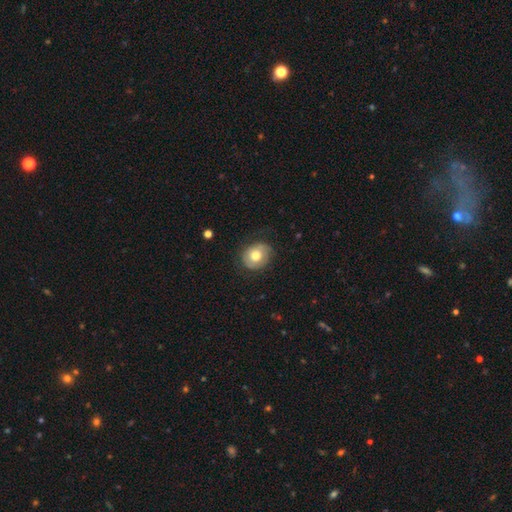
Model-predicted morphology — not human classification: smooth_or_featured: smooth (p=0.62) [alt: featured or disk p=0.31]
how_rounded: round (p=0.72) [alt: in between p=0.27]
merging: none (p=0.71) [alt: minor disturbance p=0.21]